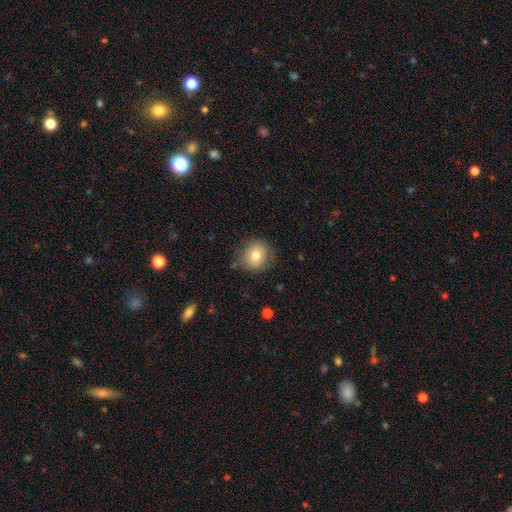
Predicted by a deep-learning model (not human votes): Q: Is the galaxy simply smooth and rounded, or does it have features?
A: smooth — 77%.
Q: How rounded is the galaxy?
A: round — 82%.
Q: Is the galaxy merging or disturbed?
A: none — 79%.